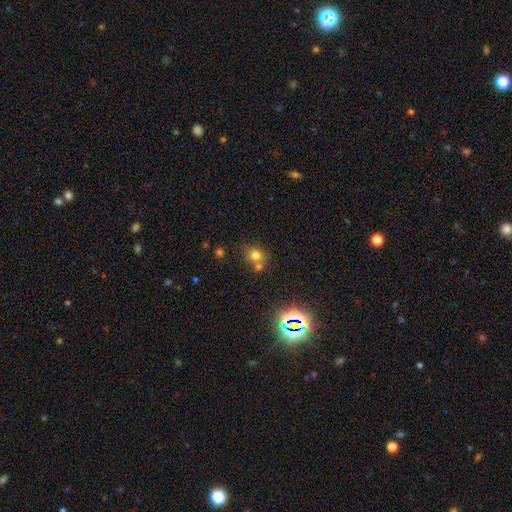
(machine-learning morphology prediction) type=smooth (74%); roundness=round (77%); merging=none (53%).